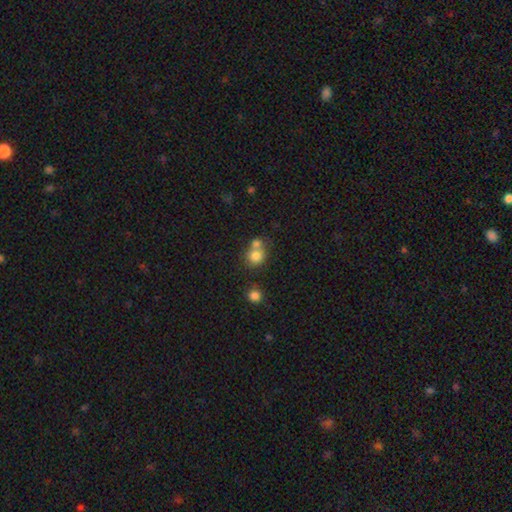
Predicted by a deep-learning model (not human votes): Morphology: type=smooth (78%); roundness=round (82%); merging=merger (46%).